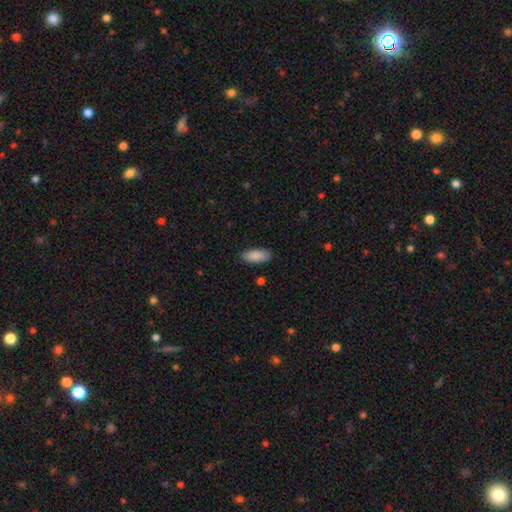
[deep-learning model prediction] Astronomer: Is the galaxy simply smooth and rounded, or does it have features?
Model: smooth — 89%.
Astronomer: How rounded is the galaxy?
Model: in between — 84%.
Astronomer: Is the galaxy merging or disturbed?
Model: none — 87%.